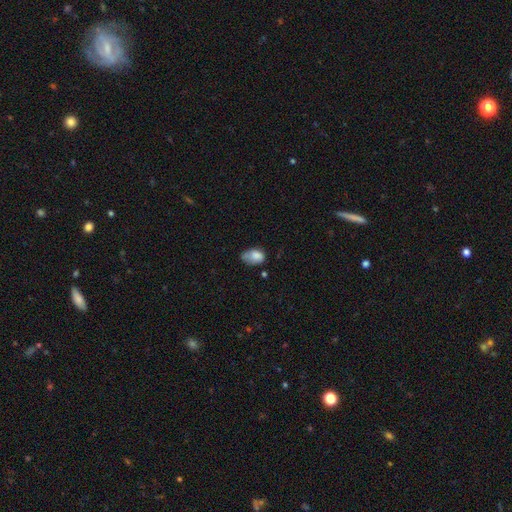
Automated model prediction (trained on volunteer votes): Morphology: type=smooth (78%); roundness=in between (84%); merging=minor disturbance (41%).